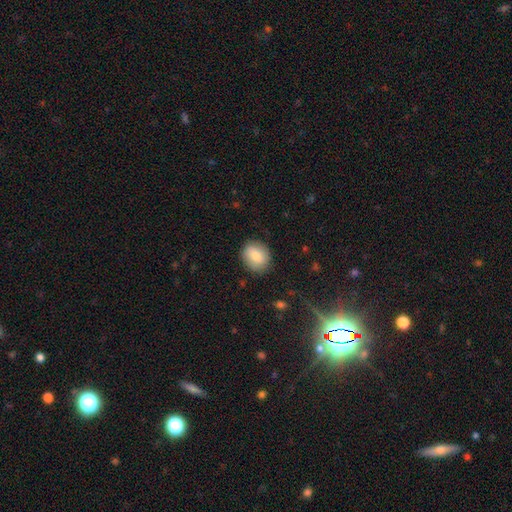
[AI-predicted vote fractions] A smooth galaxy with no disk features (79%) that is round (67%).

Vote fractions:
- Smooth or featured? smooth: 79% / featured or disk: 13% / star or artifact: 8%
- How rounded? round: 67% / in between: 32% / cigar-shaped: 1%
- Merging? none: 87% / minor disturbance: 9% / major disturbance: 3% / merger: 1%